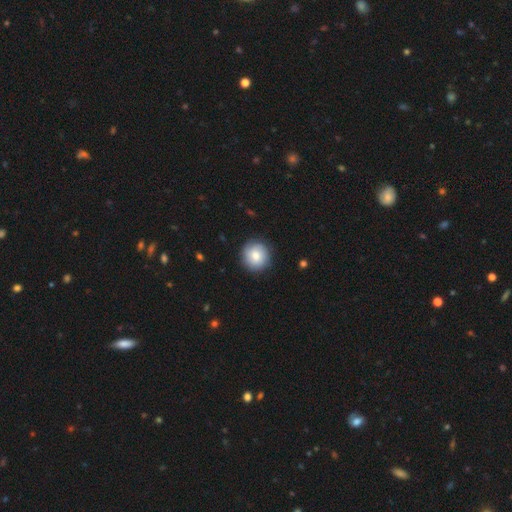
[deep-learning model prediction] Smooth or featured? smooth (77%)
How rounded? round (93%)
Merging? none (88%)